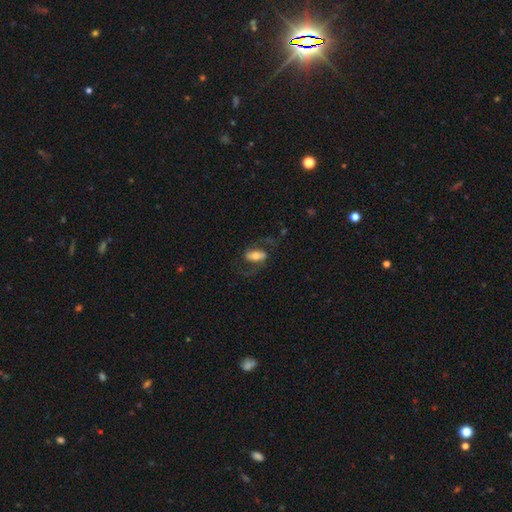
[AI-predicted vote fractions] Morphology: type=featured or disk (57%); edge-on=no (91%); bar=strong (44%); spiral arms=yes (82%); bulge=moderate (55%); merging=none (64%).